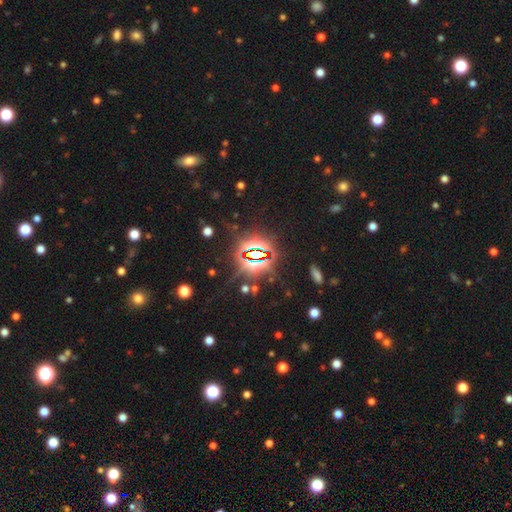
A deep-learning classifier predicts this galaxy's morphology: Smooth or featured: star or artifact — 82% (smooth — 10%)